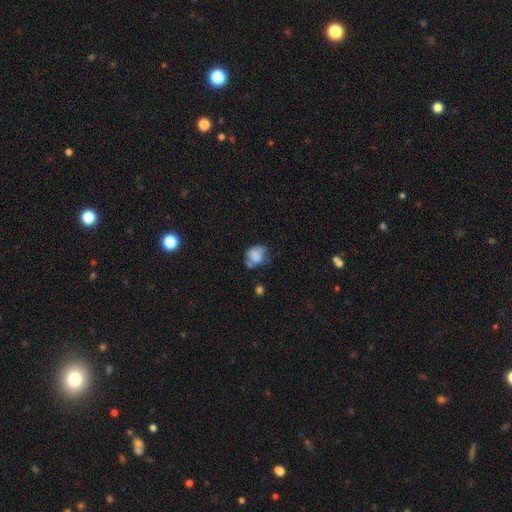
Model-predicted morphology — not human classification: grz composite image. It shows a smooth galaxy with no disk features (72%) that is round (52%). Merging: none (40%).